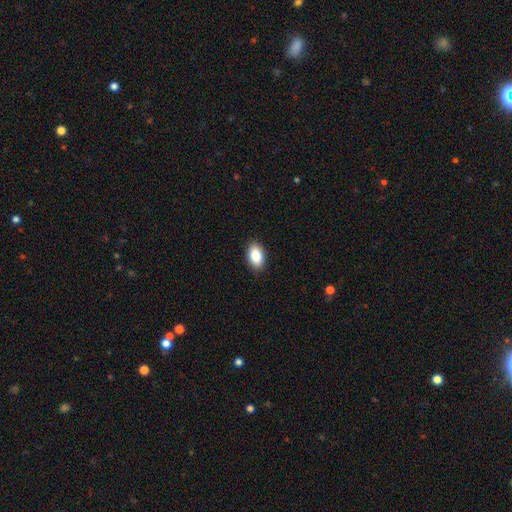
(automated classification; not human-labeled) smooth_or_featured: smooth (p=0.85) [alt: featured or disk p=0.07]
how_rounded: in between (p=0.92) [alt: round p=0.06]
merging: none (p=0.89) [alt: minor disturbance p=0.08]